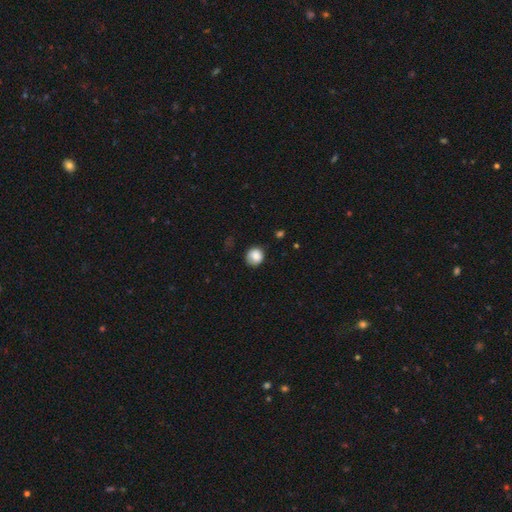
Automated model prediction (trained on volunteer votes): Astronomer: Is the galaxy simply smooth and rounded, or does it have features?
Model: smooth — 86%.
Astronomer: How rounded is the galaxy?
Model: round — 84%.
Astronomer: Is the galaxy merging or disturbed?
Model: none — 74%.